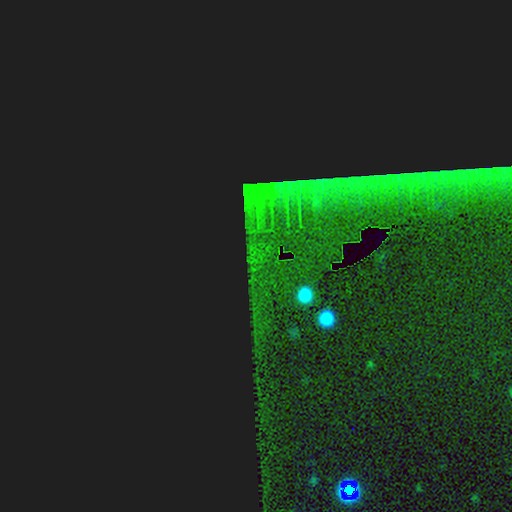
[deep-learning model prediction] This is clearly a star or artifact rather than a galaxy (87%).